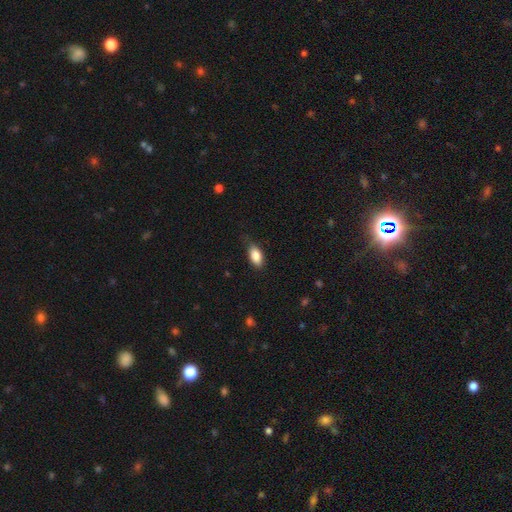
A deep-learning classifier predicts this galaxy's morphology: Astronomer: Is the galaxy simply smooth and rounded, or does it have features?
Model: smooth — 86%.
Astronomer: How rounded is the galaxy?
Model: in between — 91%.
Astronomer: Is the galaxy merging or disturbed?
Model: none — 76%.